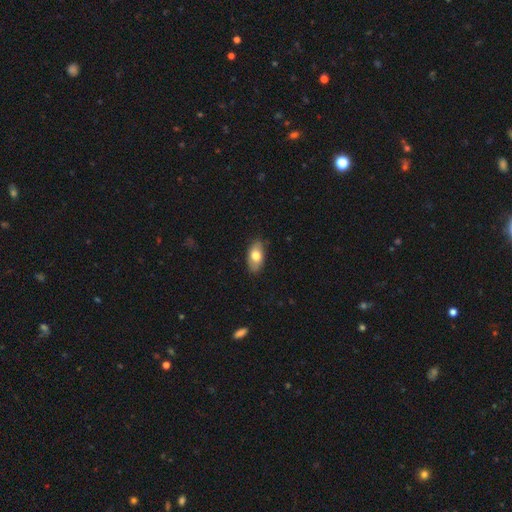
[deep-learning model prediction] smooth 75%, featured or disk 18%, star or artifact 6%. Down the decision tree: how rounded — in between (92%); merging — none (83%).